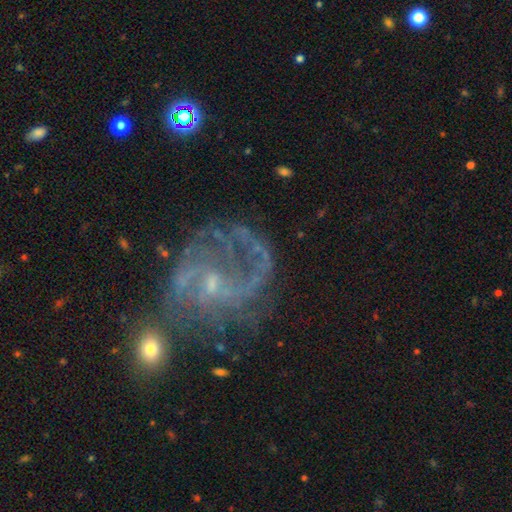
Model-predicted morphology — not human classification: Smooth or featured? Predicted: featured or disk (p=0.82). Edge-on disk? Predicted: no (p=0.98). Bar? Predicted: no (p=0.48). Spiral arms? Predicted: yes (p=0.89). Spiral winding? Predicted: medium (p=0.44). Spiral arm count? Predicted: 2 (p=0.49). Bulge size? Predicted: small (p=0.74). Merging? Predicted: none (p=0.46).